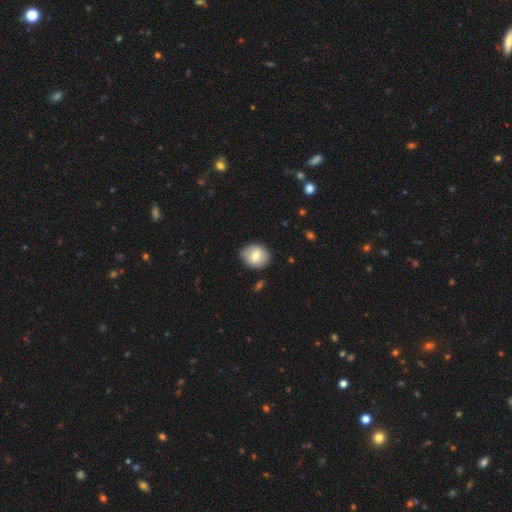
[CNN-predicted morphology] This appears to be a smooth galaxy with no disk features (65%) that is round (61%). Merging: none (80%).